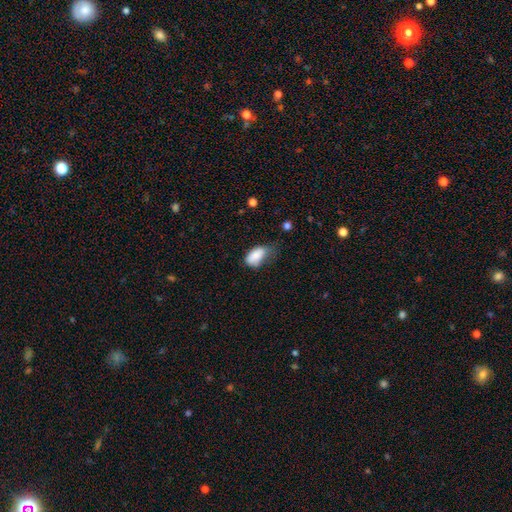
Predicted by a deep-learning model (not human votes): smooth-or-featured: smooth: 84% | featured or disk: 9% | star or artifact: 7%
  how-rounded: in between: 92% | round: 4% | cigar-shaped: 3%
  merging: minor disturbance: 45% | none: 31% | major disturbance: 21% | merger: 3%